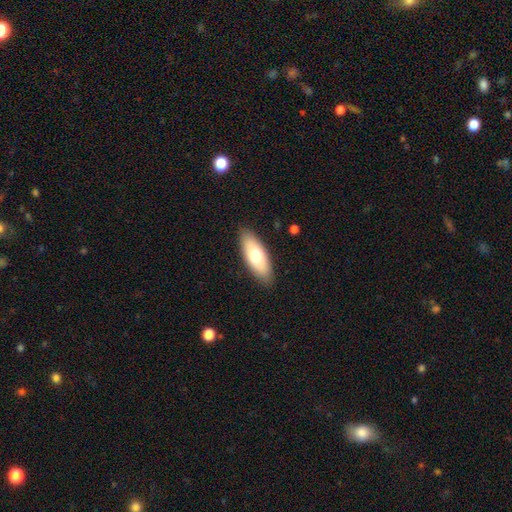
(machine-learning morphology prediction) A smooth galaxy with no disk features (68%) that is in between round and cigar-shaped (76%). Merging: none (88%).